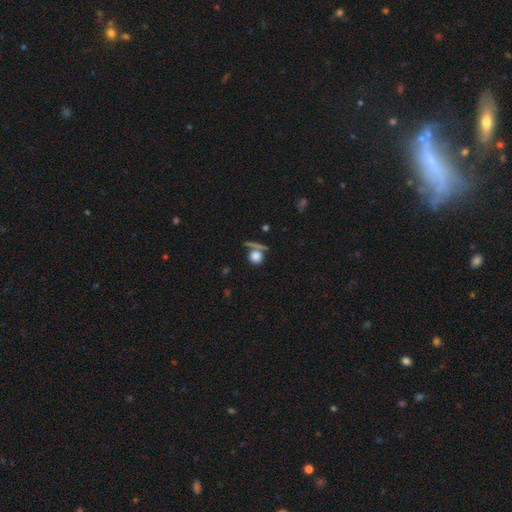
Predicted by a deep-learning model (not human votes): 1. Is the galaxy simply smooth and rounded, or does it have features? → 78% smooth, 12% star or artifact, 10% featured or disk.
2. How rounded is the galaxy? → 86% round, 11% in between, 3% cigar-shaped.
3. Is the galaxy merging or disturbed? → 61% none, 20% merger, 11% minor disturbance, 9% major disturbance.